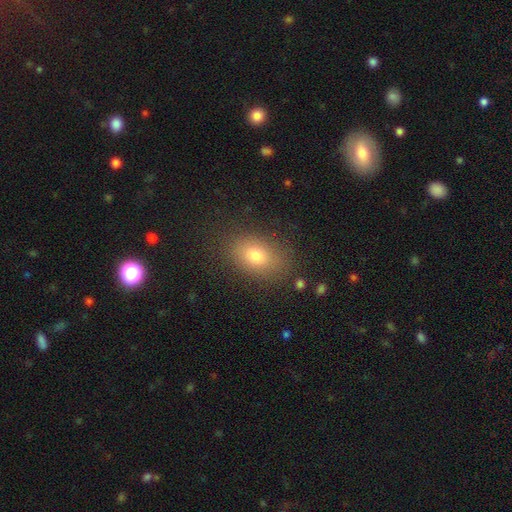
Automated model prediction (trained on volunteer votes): Overall: smooth (77%). How rounded: in between (82%). Merging: none (83%).